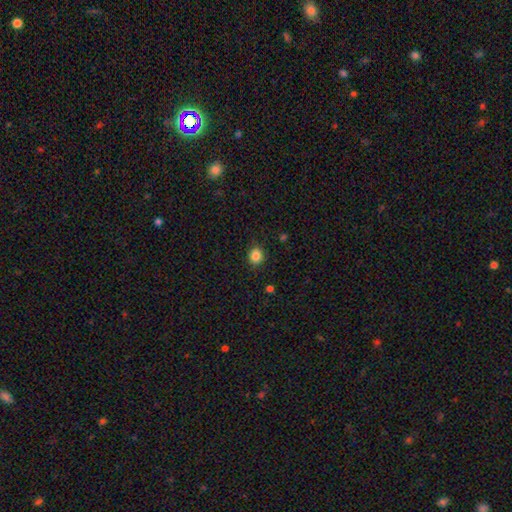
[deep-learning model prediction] Morphology: type=smooth (85%); roundness=round (80%); merging=none (89%).